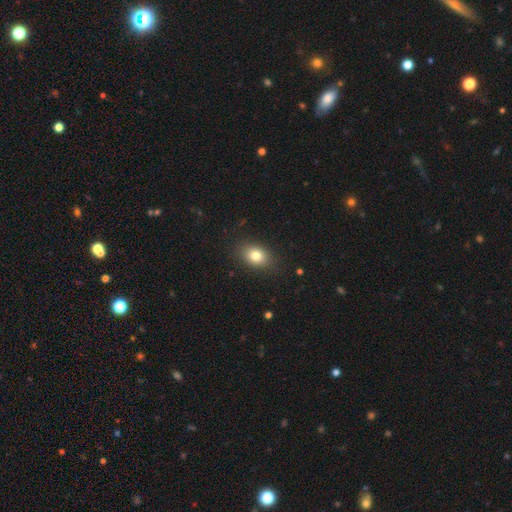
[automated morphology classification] The model was most divided on "how rounded": in between: 71%, round: 28%, cigar-shaped: 1%. More confident: merging — none (86%); smooth or featured — smooth (80%).